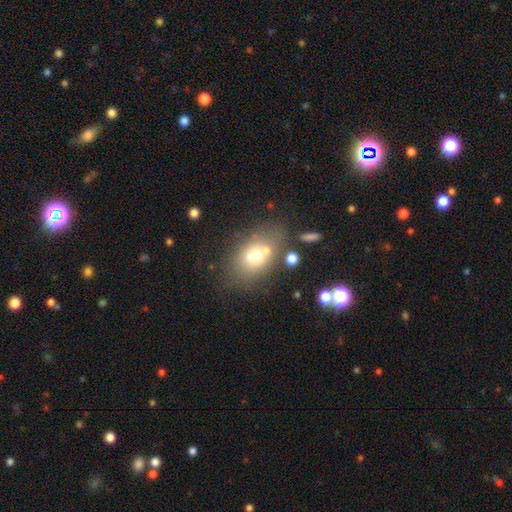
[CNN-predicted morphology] smooth 62%, featured or disk 25%, star or artifact 13%. Down the decision tree: how rounded — in between (71%); merging — none (44%).